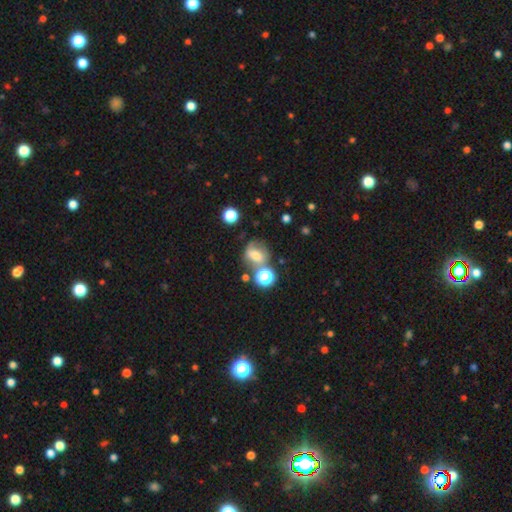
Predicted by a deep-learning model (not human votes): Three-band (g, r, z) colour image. It shows a smooth galaxy with no disk features (51%) that is round (62%). Merging: none (52%).